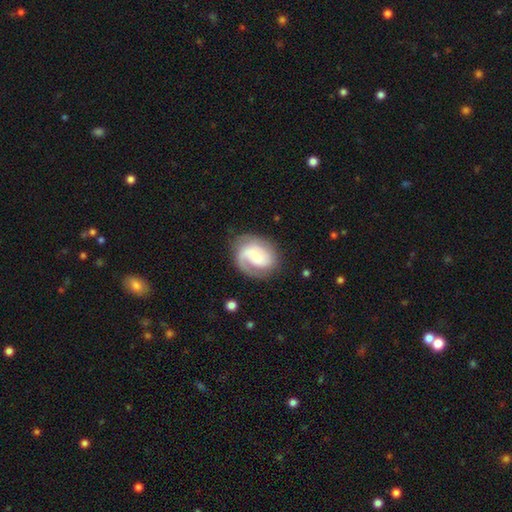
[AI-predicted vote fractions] Morphology: type=featured or disk (70%); edge-on=no (98%); bar=no (51%); spiral arms=yes (93%); winding=medium (41%); arm count=1 (55%); bulge=small (38%); merging=none (65%).